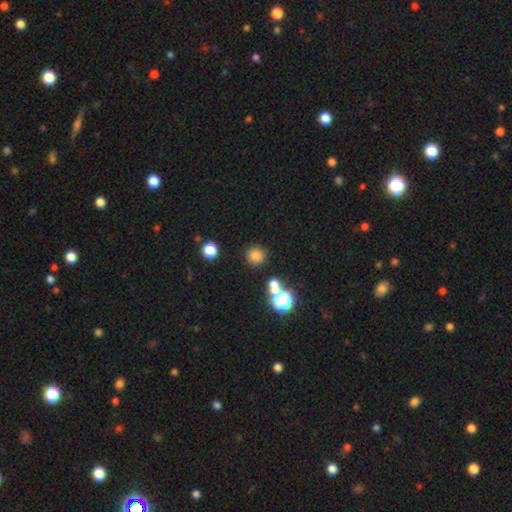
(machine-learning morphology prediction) smooth_or_featured: smooth (p=0.76) [alt: star or artifact p=0.18]
how_rounded: round (p=0.92) [alt: in between p=0.07]
merging: none (p=0.81) [alt: merger p=0.08]